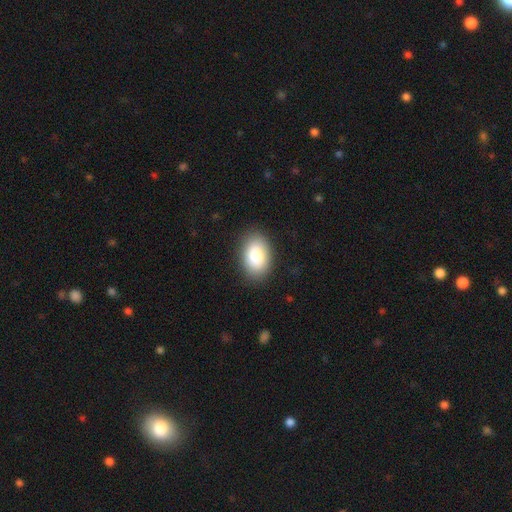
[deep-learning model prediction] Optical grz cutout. It shows a smooth galaxy with no disk features (85%) that is in between round and cigar-shaped (89%). Merging: none (87%).